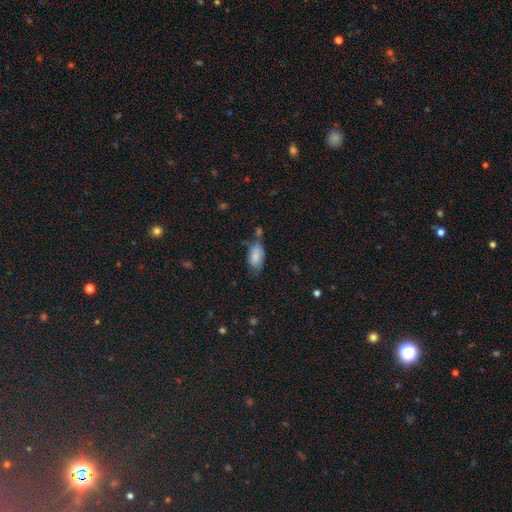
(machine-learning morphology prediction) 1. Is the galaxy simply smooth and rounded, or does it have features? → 83% smooth, 9% featured or disk, 8% star or artifact.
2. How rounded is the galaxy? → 92% in between, 4% cigar-shaped, 4% round.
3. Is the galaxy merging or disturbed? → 48% none, 31% minor disturbance, 12% merger, 10% major disturbance.